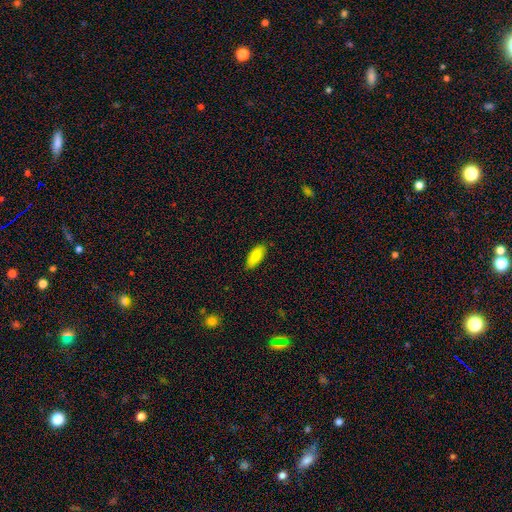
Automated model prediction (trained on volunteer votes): A smooth galaxy with no disk features (84%) that is in between round and cigar-shaped (87%).

Vote fractions:
- Smooth or featured? smooth: 84% / featured or disk: 9% / star or artifact: 6%
- How rounded? in between: 87% / cigar-shaped: 11% / round: 2%
- Merging? none: 86% / minor disturbance: 11% / major disturbance: 2% / merger: 1%